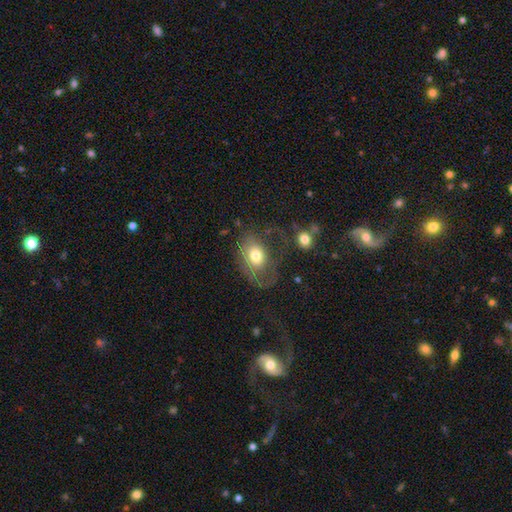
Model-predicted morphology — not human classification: smooth-or-featured: smooth: 57% | featured or disk: 34% | star or artifact: 9%
  how-rounded: in between: 66% | round: 33% | cigar-shaped: 1%
  merging: major disturbance: 38% | none: 35% | minor disturbance: 21% | merger: 6%